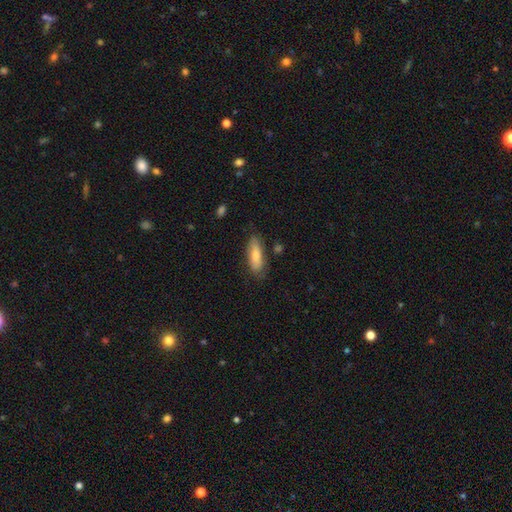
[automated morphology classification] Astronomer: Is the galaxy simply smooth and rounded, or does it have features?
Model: smooth — 76%.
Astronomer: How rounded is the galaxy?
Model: in between — 59% (runner-up: cigar-shaped, 39%).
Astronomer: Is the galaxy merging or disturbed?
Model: none — 74%.